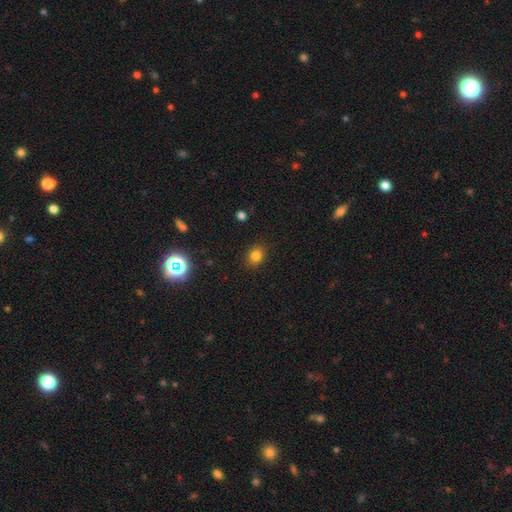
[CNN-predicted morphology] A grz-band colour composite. It shows a smooth galaxy with no disk features (81%) that is round (60%). Merging: none (88%).